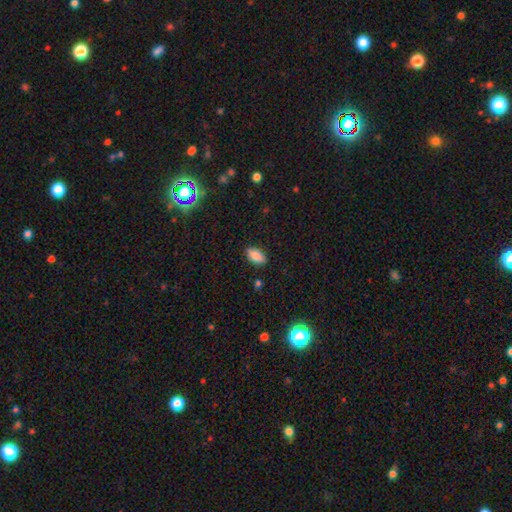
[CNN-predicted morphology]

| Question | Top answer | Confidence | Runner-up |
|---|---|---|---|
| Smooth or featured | smooth | 87% | star or artifact (8%) |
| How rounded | in between | 93% | cigar-shaped (4%) |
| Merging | none | 86% | minor disturbance (10%) |